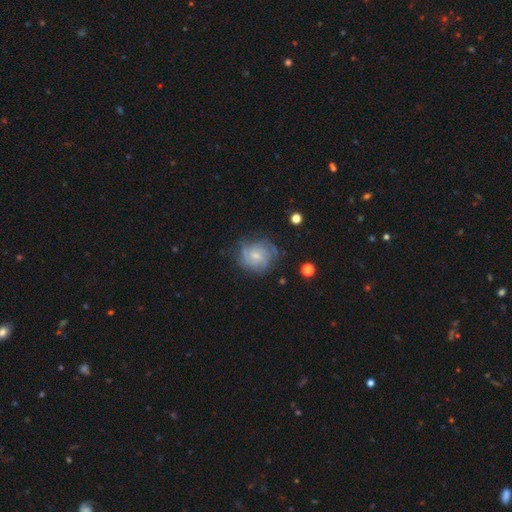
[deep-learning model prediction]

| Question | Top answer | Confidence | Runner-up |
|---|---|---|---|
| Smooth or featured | featured or disk | 72% | smooth (20%) |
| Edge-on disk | no | 98% | yes (2%) |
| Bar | no | 56% | weak (39%) |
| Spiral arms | yes | 90% | no (10%) |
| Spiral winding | tight | 57% | medium (33%) |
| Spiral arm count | can't tell | 43% | 2 (18%) |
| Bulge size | small | 58% | moderate (32%) |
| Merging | none | 66% | minor disturbance (21%) |